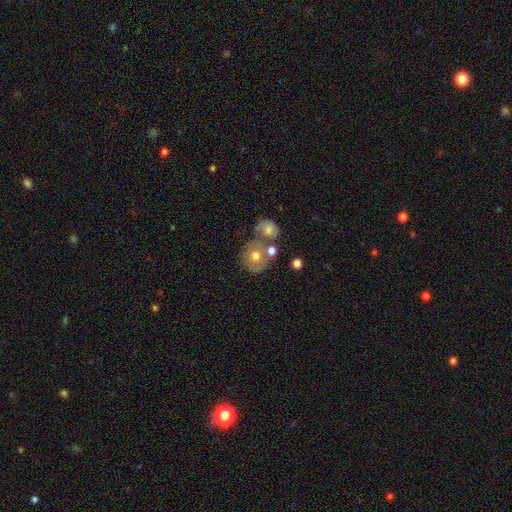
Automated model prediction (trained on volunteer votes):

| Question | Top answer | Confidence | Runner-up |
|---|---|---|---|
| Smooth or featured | featured or disk | 44% | smooth (42%) |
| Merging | none | 47% | merger (36%) |